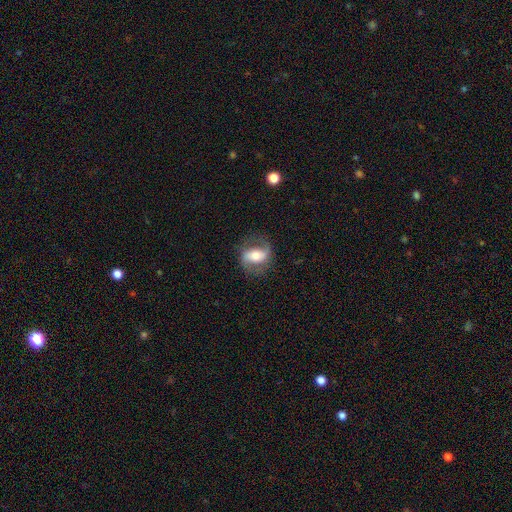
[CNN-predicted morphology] A featured or disk galaxy (64%) with a strong bar (43%), spiral arms (81%) and a moderate central bulge (59%).

Vote fractions:
- Smooth or featured? featured or disk: 64% / smooth: 29% / star or artifact: 7%
- Edge-on disk? no: 93% / yes: 7%
- Bar? strong: 43% / weak: 31% / no: 26%
- Spiral arms? yes: 81% / no: 19%
- Bulge size? moderate: 59% / small: 20% / large: 17% / dominant: 3% / none: 2%
- Merging? none: 72% / minor disturbance: 16% / major disturbance: 11% / merger: 1%